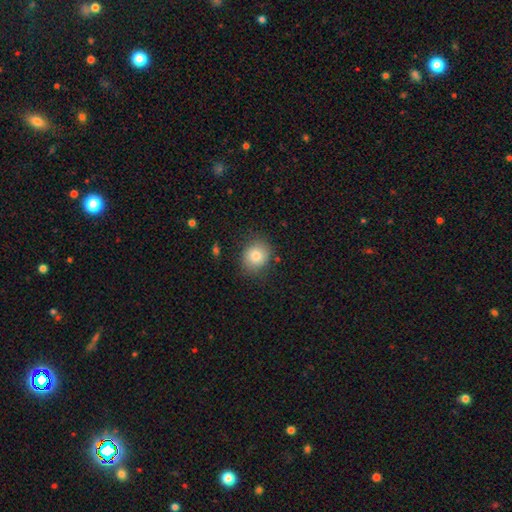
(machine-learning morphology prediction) A smooth galaxy with no disk features (82%) that is round (72%).

Vote fractions:
- Smooth or featured? smooth: 82% / star or artifact: 9% / featured or disk: 9%
- How rounded? round: 72% / in between: 27% / cigar-shaped: 1%
- Merging? none: 80% / minor disturbance: 14% / major disturbance: 4% / merger: 2%